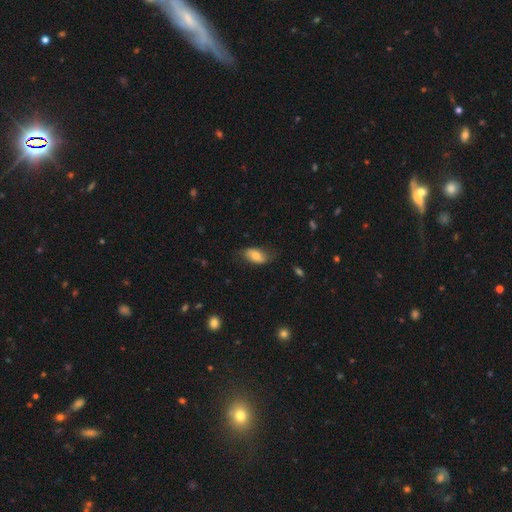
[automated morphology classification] smooth_or_featured: smooth (p=0.72) [alt: featured or disk p=0.21]
how_rounded: in between (p=0.91) [alt: cigar-shaped p=0.05]
merging: none (p=0.66) [alt: minor disturbance p=0.26]